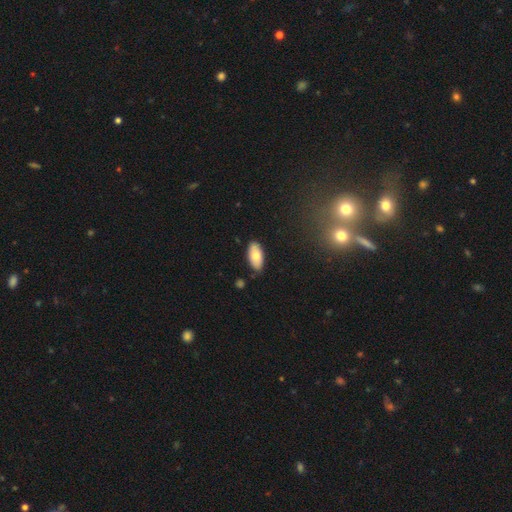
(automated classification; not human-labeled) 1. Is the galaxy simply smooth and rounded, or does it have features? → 73% smooth, 21% featured or disk, 6% star or artifact.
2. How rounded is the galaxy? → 92% in between, 5% cigar-shaped, 2% round.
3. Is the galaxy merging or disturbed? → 85% none, 11% minor disturbance, 2% major disturbance, 2% merger.